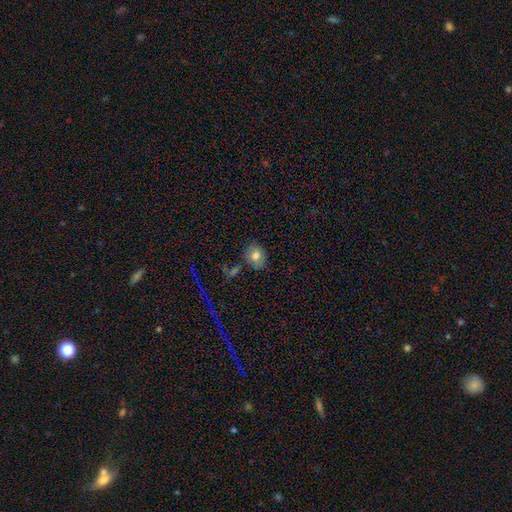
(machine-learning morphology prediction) Q: Smooth or featured?
A: smooth (77%); runner-up: featured or disk (13%)
Q: How rounded?
A: round (65%); runner-up: in between (34%)
Q: Merging?
A: none (80%); runner-up: minor disturbance (13%)